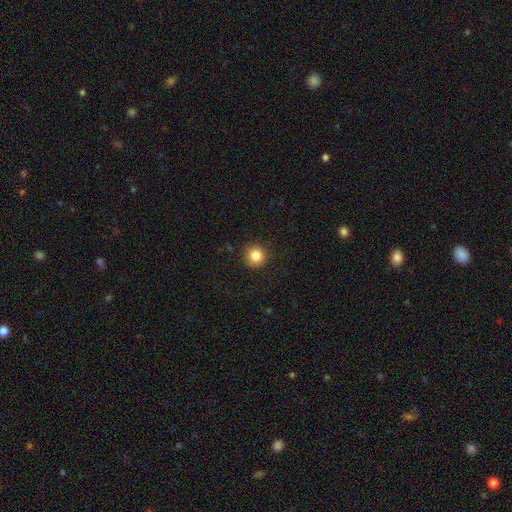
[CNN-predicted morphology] Smooth or featured? Predicted: smooth (p=0.85). How rounded? Predicted: round (p=0.95). Merging? Predicted: none (p=0.92).